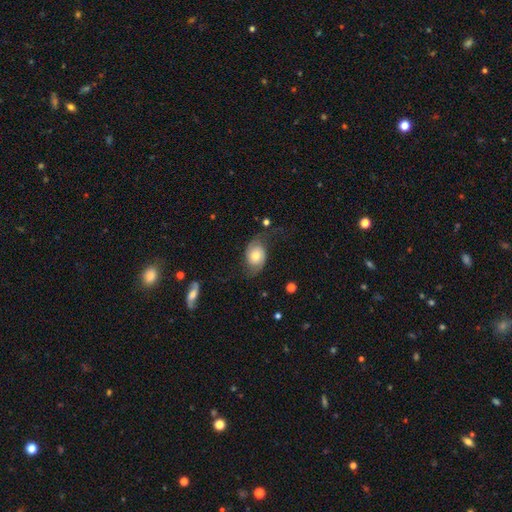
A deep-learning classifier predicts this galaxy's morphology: Q: Smooth or featured?
A: featured or disk (53%); runner-up: smooth (38%)
Q: Edge-on disk?
A: no (95%); runner-up: yes (5%)
Q: Bar?
A: no (75%); runner-up: weak (20%)
Q: Spiral arms?
A: yes (85%); runner-up: no (15%)
Q: Bulge size?
A: moderate (62%); runner-up: small (24%)
Q: Merging?
A: none (54%); runner-up: minor disturbance (23%)